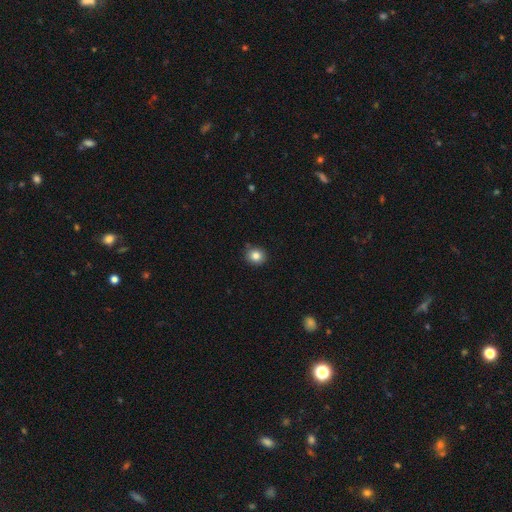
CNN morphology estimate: This appears to be a smooth galaxy with no disk features (84%) that is round (80%). Merging: none (86%).